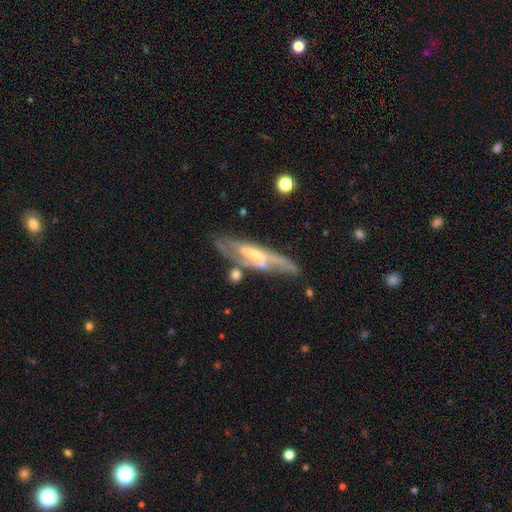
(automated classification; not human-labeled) Smooth or featured: featured or disk — 76% (smooth — 18%)
Edge-on disk: no — 66% (yes — 34%)
Merging: none — 58% (minor disturbance — 21%)